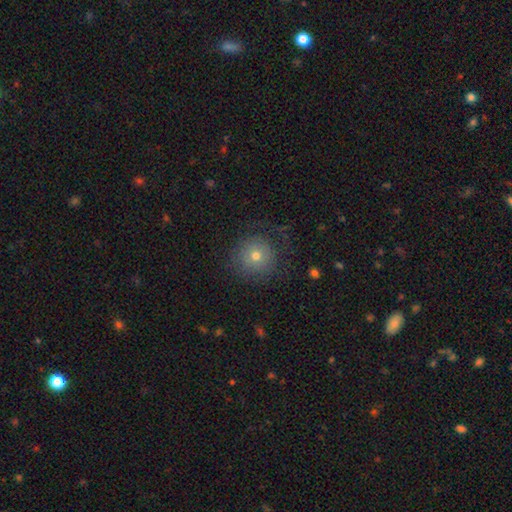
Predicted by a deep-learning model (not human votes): A smooth galaxy with no disk features (68%) that is round (94%). Merging: none (75%).